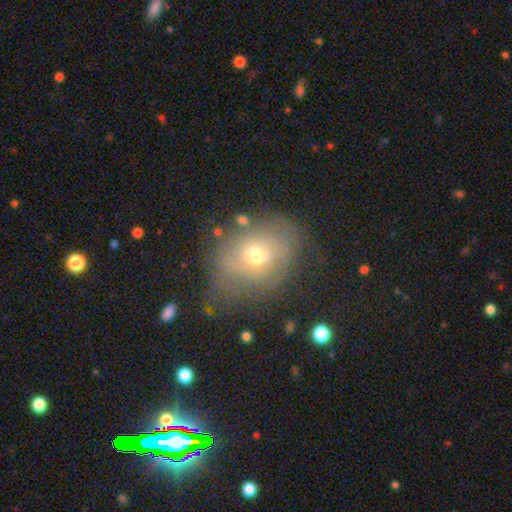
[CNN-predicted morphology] Q: Smooth or featured?
A: smooth (54%); runner-up: featured or disk (33%)
Q: How rounded?
A: in between (53%); runner-up: round (46%)
Q: Merging?
A: none (48%); runner-up: minor disturbance (29%)